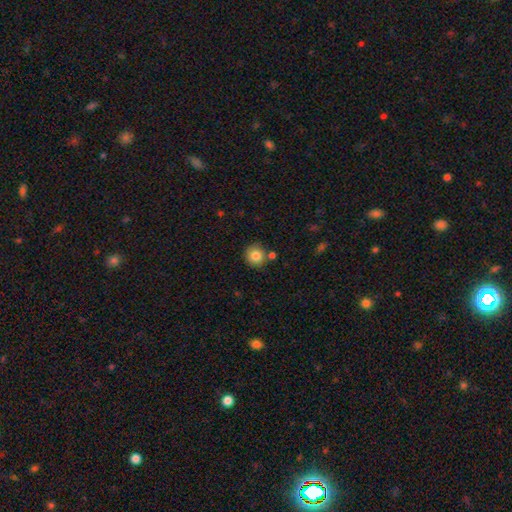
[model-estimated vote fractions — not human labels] Smooth or featured: smooth — 82% (star or artifact — 10%)
How rounded: round — 88% (in between — 11%)
Merging: none — 78% (minor disturbance — 10%)